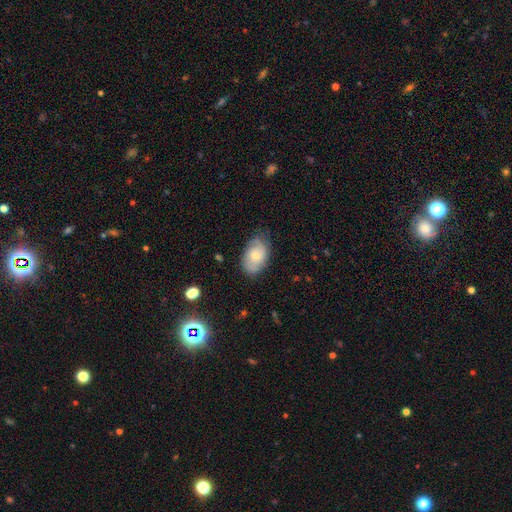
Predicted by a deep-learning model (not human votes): A smooth galaxy with no disk features (52%) that is in between round and cigar-shaped (88%).

Vote fractions:
- Smooth or featured? smooth: 52% / featured or disk: 41% / star or artifact: 7%
- How rounded? in between: 88% / round: 11% / cigar-shaped: 1%
- Merging? none: 69% / minor disturbance: 24% / major disturbance: 6% / merger: 1%